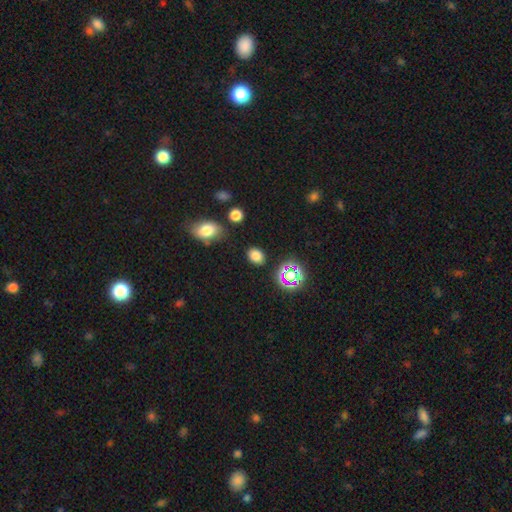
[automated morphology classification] A smooth galaxy with no disk features (77%) that is in between round and cigar-shaped (60%). Merging: none (85%).